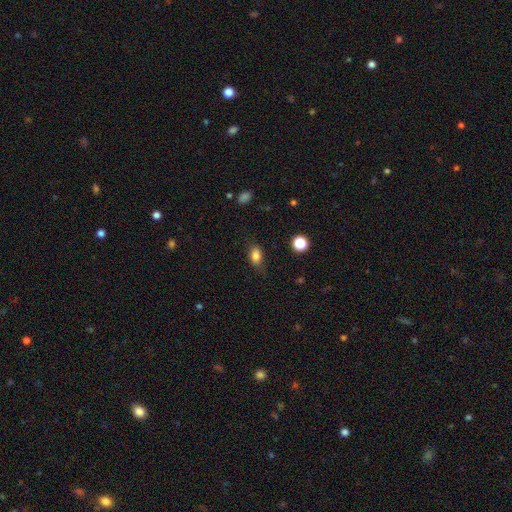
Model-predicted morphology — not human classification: Smooth or featured? Predicted: smooth (p=0.82). How rounded? Predicted: in between (p=0.81). Merging? Predicted: none (p=0.75).